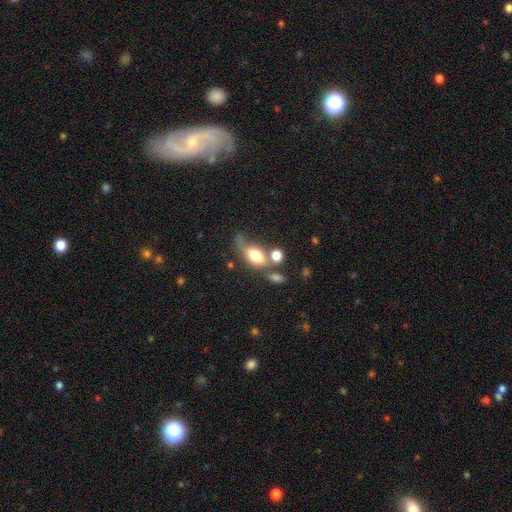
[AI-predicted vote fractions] Smooth or featured? Predicted: smooth (p=0.65). How rounded? Predicted: in between (p=0.78). Merging? Predicted: merger (p=0.32).